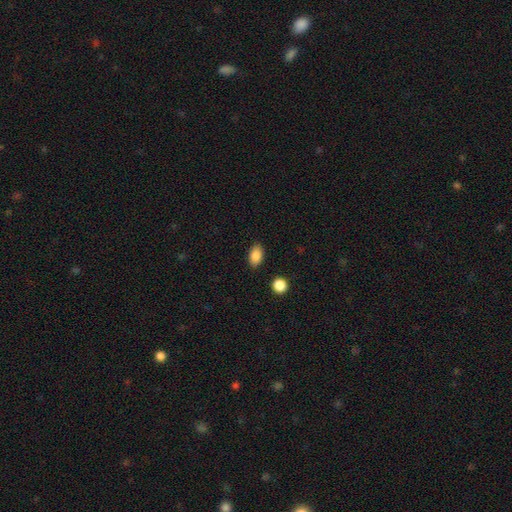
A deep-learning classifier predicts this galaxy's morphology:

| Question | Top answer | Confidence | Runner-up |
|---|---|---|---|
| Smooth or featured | smooth | 87% | star or artifact (8%) |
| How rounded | in between | 90% | round (8%) |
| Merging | none | 87% | minor disturbance (9%) |